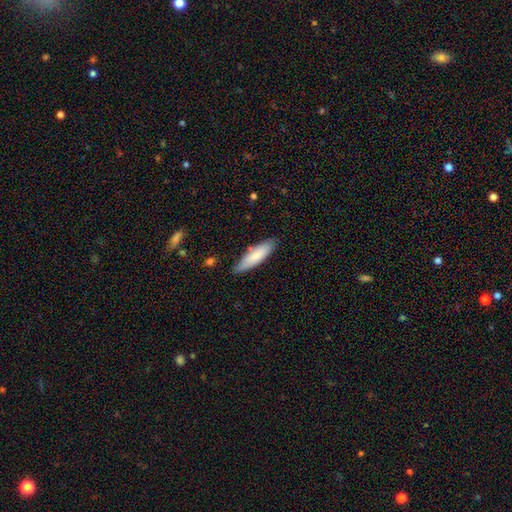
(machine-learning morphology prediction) smooth 77%, featured or disk 17%, star or artifact 6%. Down the decision tree: how rounded — cigar-shaped (62%); merging — none (81%).